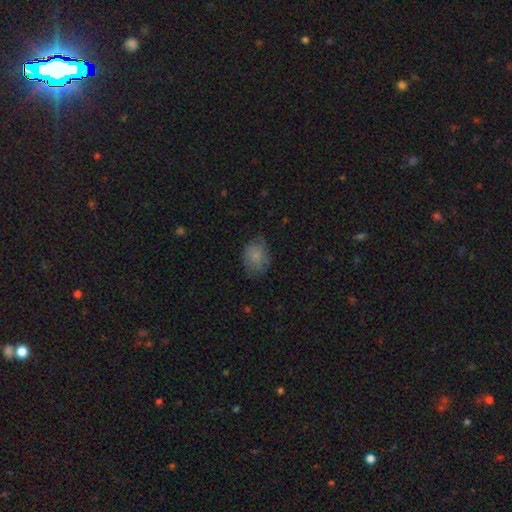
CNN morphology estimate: smooth-or-featured: smooth: 78% | featured or disk: 14% | star or artifact: 8%
  how-rounded: in between: 57% | round: 42% | cigar-shaped: 1%
  merging: none: 64% | minor disturbance: 28% | major disturbance: 8% | merger: 1%